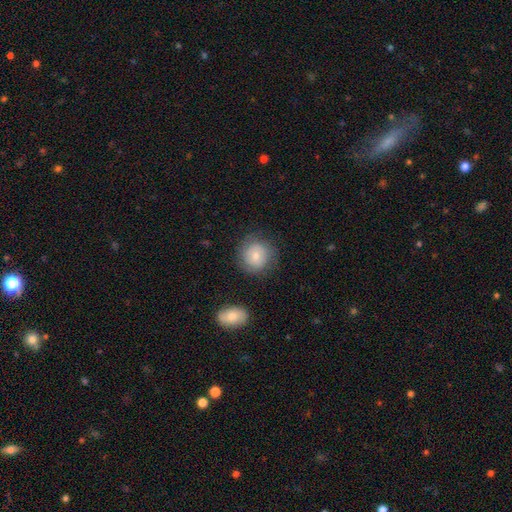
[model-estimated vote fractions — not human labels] smooth 72%, featured or disk 20%, star or artifact 8%. Down the decision tree: how rounded — round (88%); merging — none (78%).